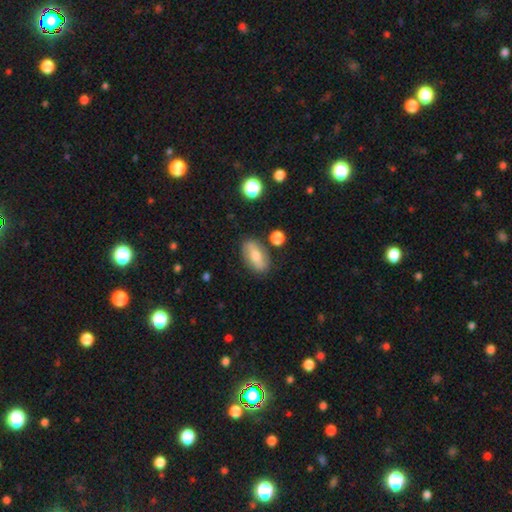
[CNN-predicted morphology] Smooth or featured? Predicted: smooth (p=0.63). How rounded? Predicted: in between (p=0.85). Merging? Predicted: none (p=0.80).